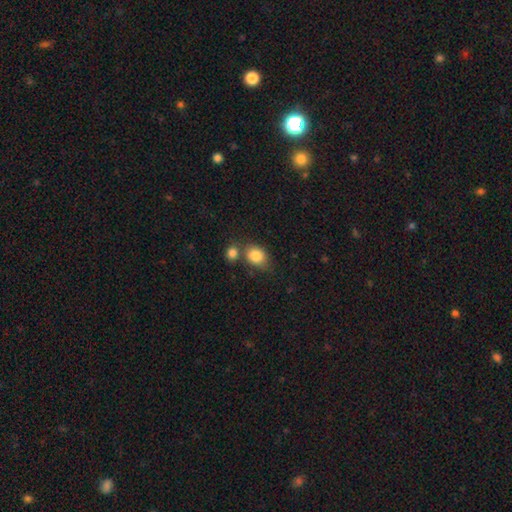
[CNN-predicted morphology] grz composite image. It shows a smooth galaxy with no disk features (84%) that is in between round and cigar-shaped (55%). Merging: none (53%).